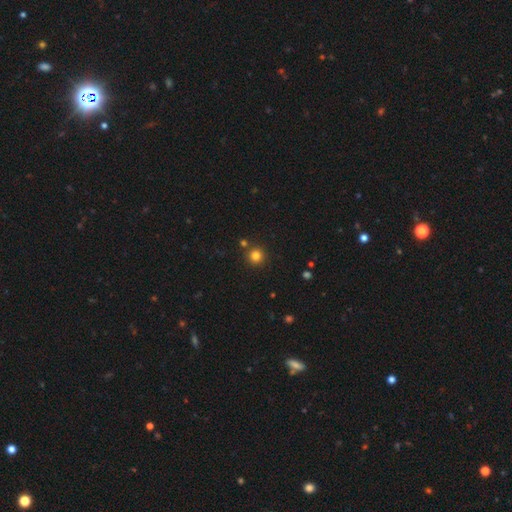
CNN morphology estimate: type=smooth (80%); roundness=round (95%); merging=none (85%).